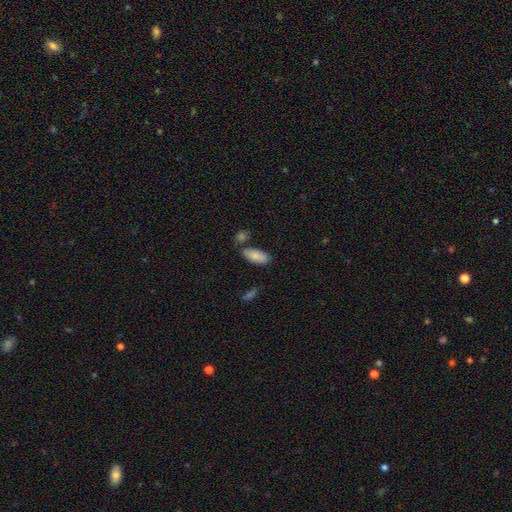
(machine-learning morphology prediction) Smooth or featured? Predicted: smooth (p=0.80). How rounded? Predicted: in between (p=0.88). Merging? Predicted: none (p=0.66).